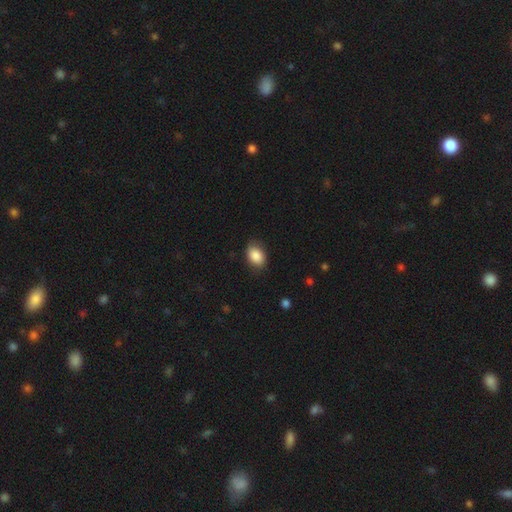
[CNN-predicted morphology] Q: Smooth or featured?
A: smooth (87%); runner-up: star or artifact (7%)
Q: How rounded?
A: in between (81%); runner-up: round (18%)
Q: Merging?
A: none (79%); runner-up: minor disturbance (16%)